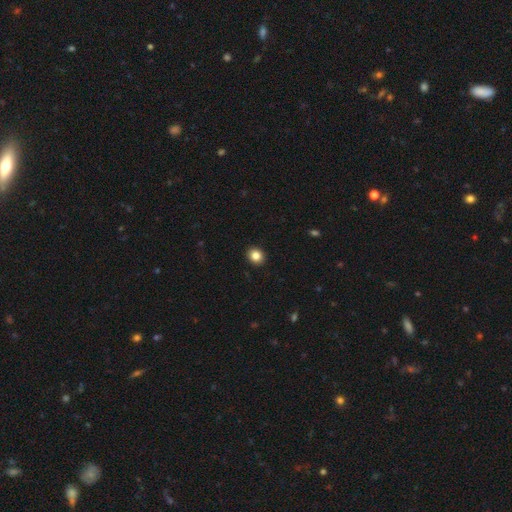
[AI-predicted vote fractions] This is clearly a smooth galaxy (85%). How rounded: likely round (74%). Merging: clearly none (93%).